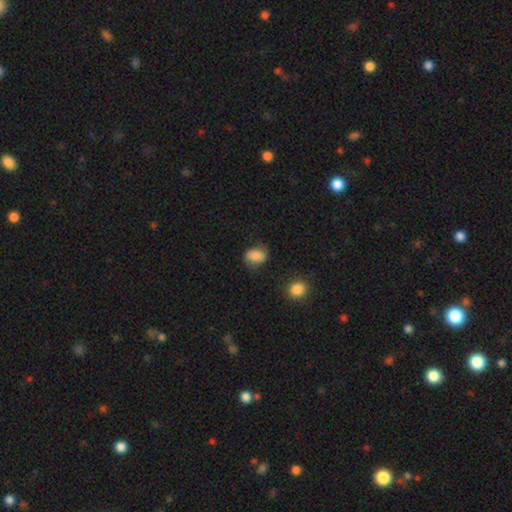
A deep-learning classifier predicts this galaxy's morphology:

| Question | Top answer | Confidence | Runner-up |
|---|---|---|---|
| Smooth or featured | smooth | 81% | featured or disk (10%) |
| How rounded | in between | 71% | round (28%) |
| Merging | none | 66% | minor disturbance (24%) |